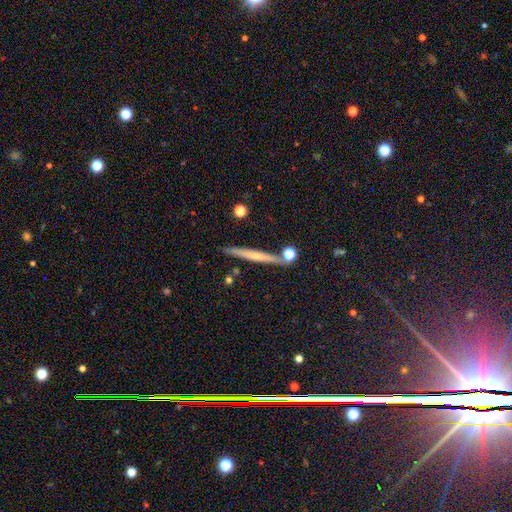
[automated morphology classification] A featured or disk galaxy (48%).

Vote fractions:
- Smooth or featured? featured or disk: 48% / smooth: 44% / star or artifact: 8%
- Merging? none: 83% / minor disturbance: 9% / merger: 6% / major disturbance: 2%